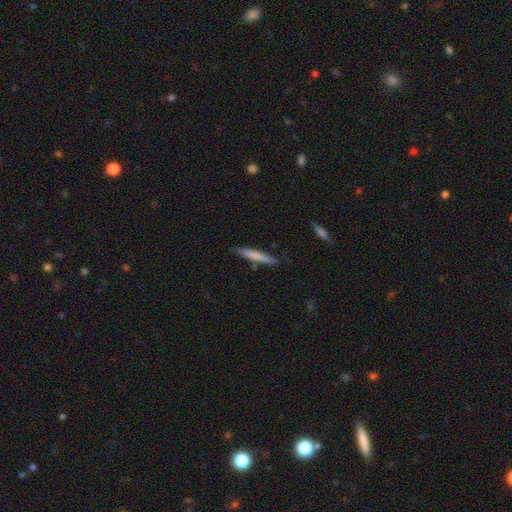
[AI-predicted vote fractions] smooth 71%, featured or disk 24%, star or artifact 6%. Down the decision tree: how rounded — cigar-shaped (94%); merging — none (84%).